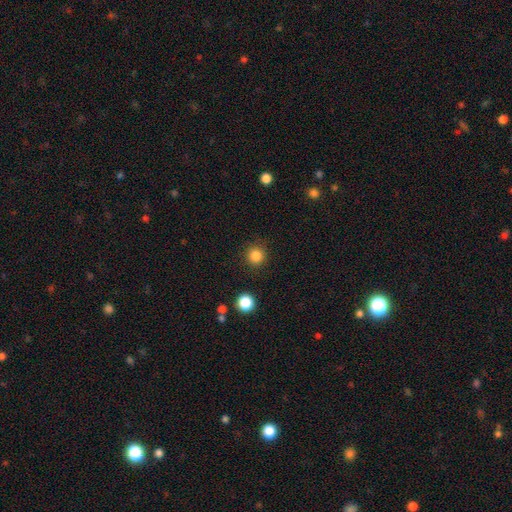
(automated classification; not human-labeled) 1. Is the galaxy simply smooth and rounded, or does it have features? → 84% smooth, 12% star or artifact, 4% featured or disk.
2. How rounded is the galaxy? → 94% round, 5% in between, 1% cigar-shaped.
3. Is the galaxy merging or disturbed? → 90% none, 6% minor disturbance, 3% major disturbance, 2% merger.